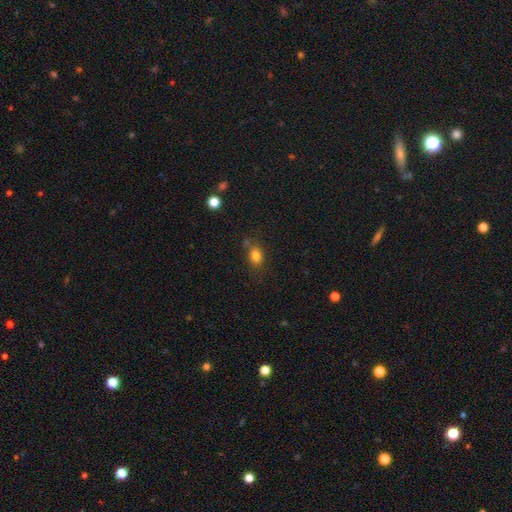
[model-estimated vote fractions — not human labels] Smooth or featured: smooth — 81% (star or artifact — 12%)
How rounded: in between — 63% (round — 35%)
Merging: none — 68% (minor disturbance — 19%)